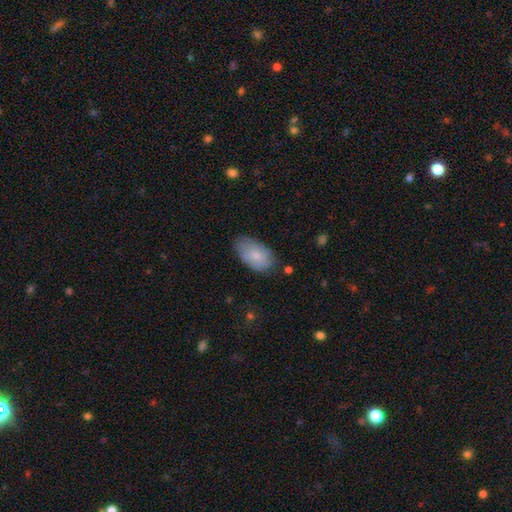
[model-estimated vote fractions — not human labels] smooth_or_featured: smooth (p=0.79) [alt: featured or disk p=0.15]
how_rounded: in between (p=0.94) [alt: round p=0.05]
merging: none (p=0.73) [alt: minor disturbance p=0.22]